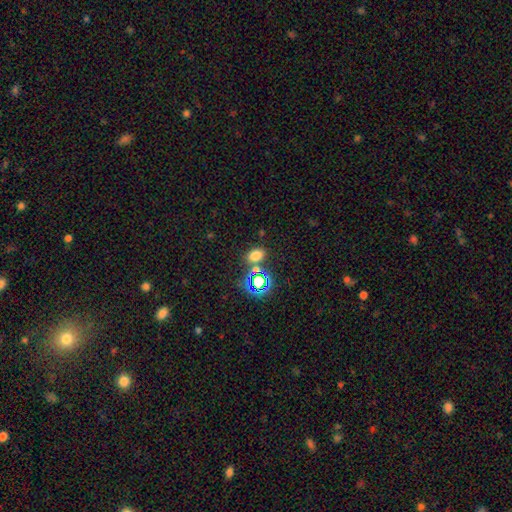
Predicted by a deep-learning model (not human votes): Smooth or featured? smooth (71%)
How rounded? in between (74%)
Merging? none (74%)